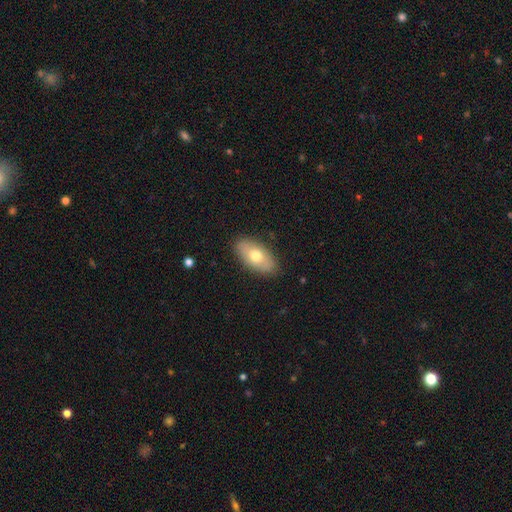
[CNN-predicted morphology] Smooth or featured: smooth — 67% (featured or disk — 27%)
How rounded: in between — 92% (round — 4%)
Merging: none — 86% (minor disturbance — 10%)